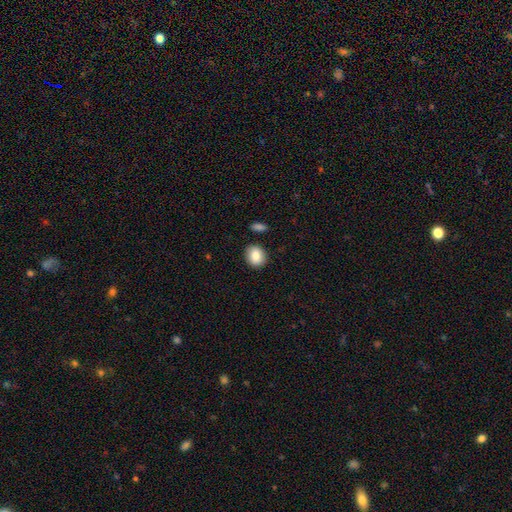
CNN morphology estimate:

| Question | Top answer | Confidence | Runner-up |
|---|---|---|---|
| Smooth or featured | smooth | 85% | star or artifact (8%) |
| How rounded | round | 61% | in between (37%) |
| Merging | none | 87% | minor disturbance (8%) |